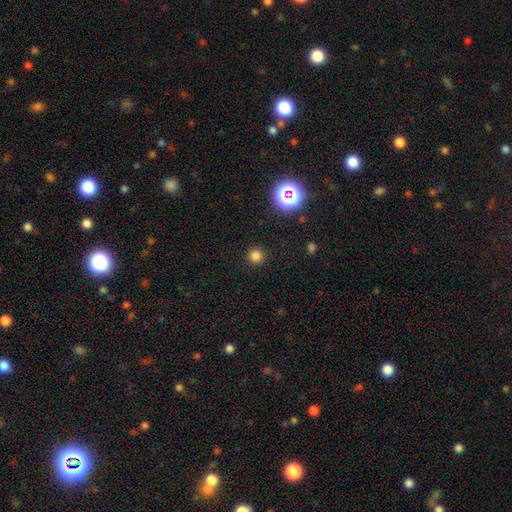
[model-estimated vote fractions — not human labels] Smooth or featured?
  - smooth: 78% *
  - star or artifact: 17%
  - featured or disk: 4%
How rounded?
  - round: 95% *
  - in between: 4%
  - cigar-shaped: 1%
Merging?
  - none: 92% *
  - minor disturbance: 5%
  - major disturbance: 2%
  - merger: 1%